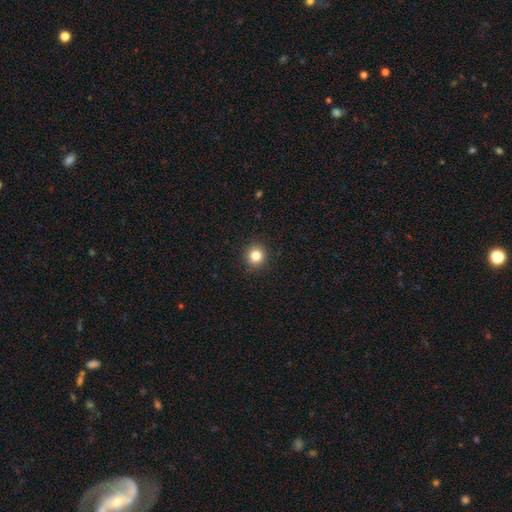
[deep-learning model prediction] smooth-or-featured: smooth: 84% | star or artifact: 11% | featured or disk: 5%
  how-rounded: round: 91% | in between: 8% | cigar-shaped: 1%
  merging: none: 92% | minor disturbance: 5% | major disturbance: 2% | merger: 1%